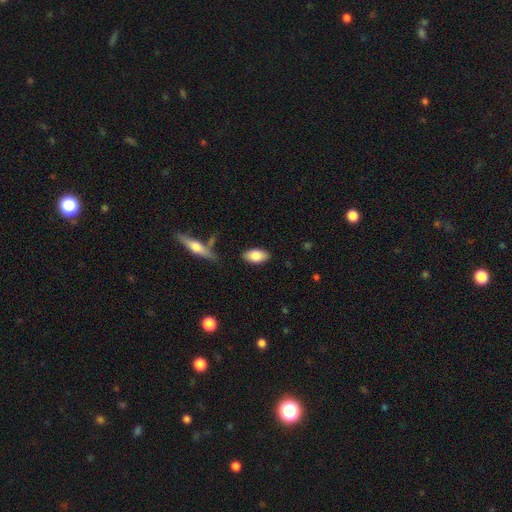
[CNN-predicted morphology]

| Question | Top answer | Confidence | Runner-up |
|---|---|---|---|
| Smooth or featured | smooth | 81% | featured or disk (12%) |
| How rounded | in between | 92% | cigar-shaped (4%) |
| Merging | none | 85% | minor disturbance (10%) |